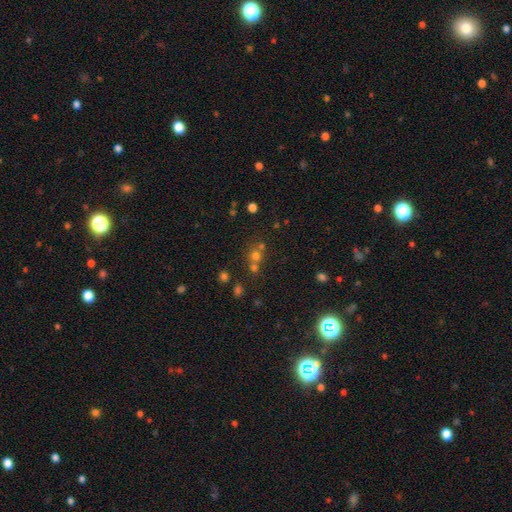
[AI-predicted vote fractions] smooth-or-featured: smooth: 53% | star or artifact: 34% | featured or disk: 13%
  how-rounded: round: 85% | in between: 14% | cigar-shaped: 1%
  merging: none: 52% | merger: 37% | minor disturbance: 7% | major disturbance: 4%